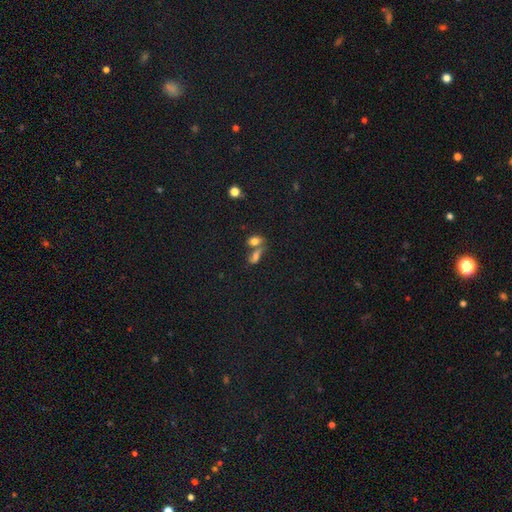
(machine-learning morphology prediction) A smooth galaxy with no disk features (60%) that is in between round and cigar-shaped (68%). Merging: merger (54%).